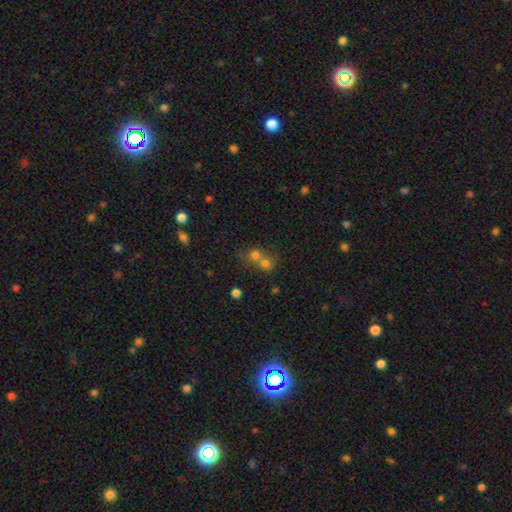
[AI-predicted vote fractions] Smooth or featured: smooth — 68% (star or artifact — 18%)
How rounded: round — 78% (in between — 21%)
Merging: merger — 61% (none — 31%)